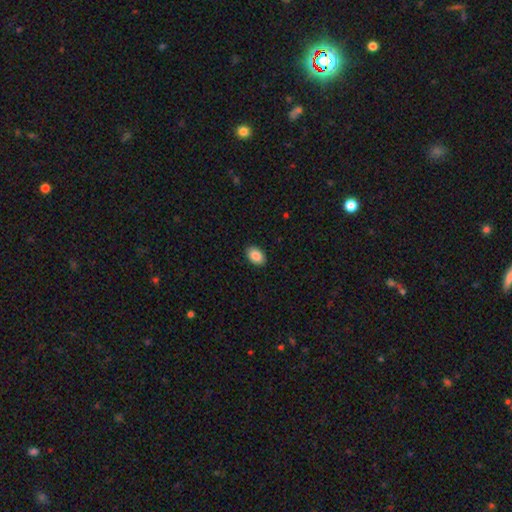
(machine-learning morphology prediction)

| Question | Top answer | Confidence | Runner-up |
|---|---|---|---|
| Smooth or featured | smooth | 88% | star or artifact (7%) |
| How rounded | in between | 86% | round (13%) |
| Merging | none | 90% | minor disturbance (7%) |